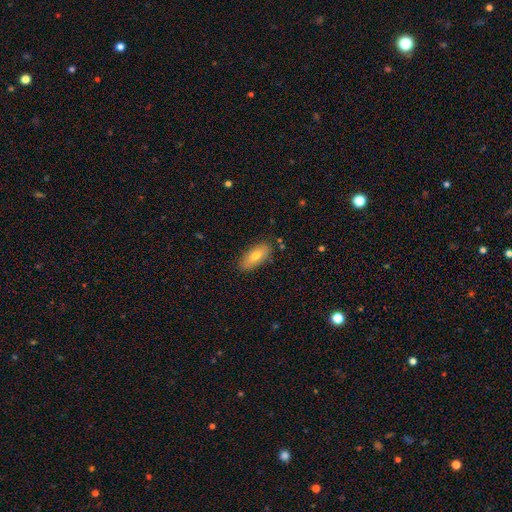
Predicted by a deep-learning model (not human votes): A smooth galaxy with no disk features (71%) that is in between round and cigar-shaped (83%).

Vote fractions:
- Smooth or featured? smooth: 71% / featured or disk: 22% / star or artifact: 7%
- How rounded? in between: 83% / cigar-shaped: 14% / round: 3%
- Merging? none: 84% / minor disturbance: 12% / major disturbance: 2% / merger: 2%